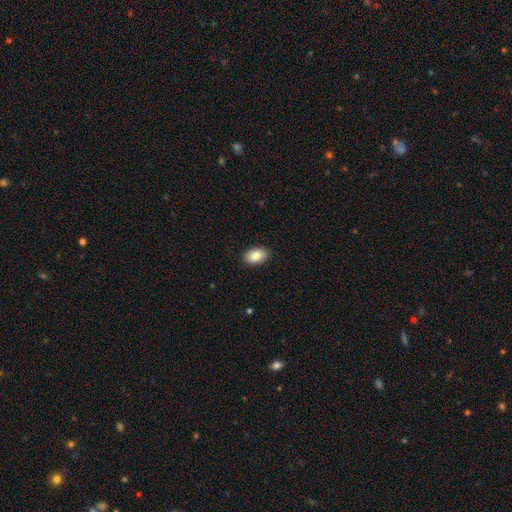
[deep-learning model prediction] A smooth galaxy with no disk features (85%) that is in between round and cigar-shaped (91%). Merging: none (90%).